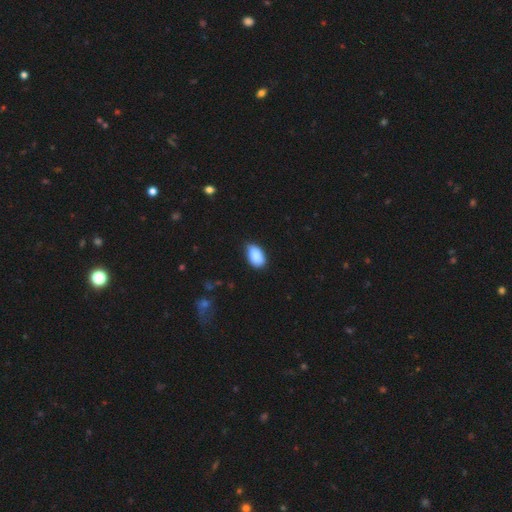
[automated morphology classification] Smooth or featured? Predicted: smooth (p=0.89). How rounded? Predicted: in between (p=0.93). Merging? Predicted: none (p=0.71).